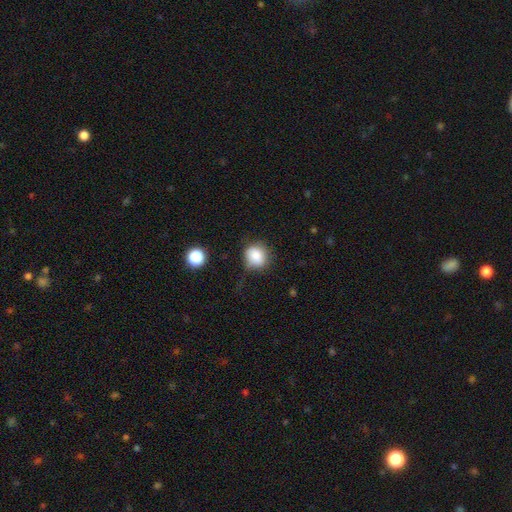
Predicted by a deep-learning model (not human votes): Smooth or featured: smooth — 84% (star or artifact — 10%)
How rounded: round — 77% (in between — 22%)
Merging: none — 63% (minor disturbance — 26%)